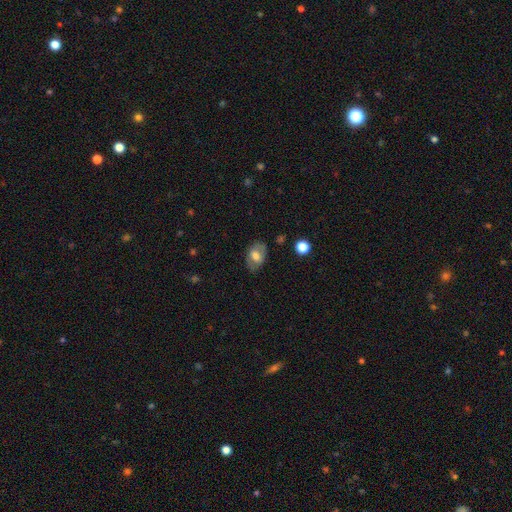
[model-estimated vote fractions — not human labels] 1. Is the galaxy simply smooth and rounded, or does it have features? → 60% smooth, 32% featured or disk, 8% star or artifact.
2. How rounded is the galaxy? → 84% in between, 15% round, 1% cigar-shaped.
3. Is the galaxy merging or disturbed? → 75% none, 18% minor disturbance, 6% major disturbance, 2% merger.